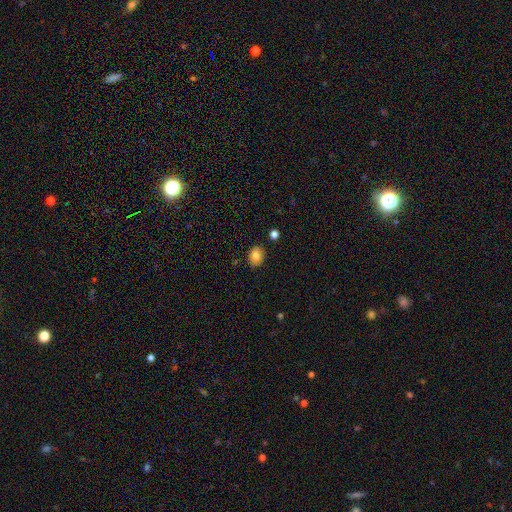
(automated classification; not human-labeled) Smooth or featured? smooth (82%)
How rounded? in between (62%)
Merging? none (86%)